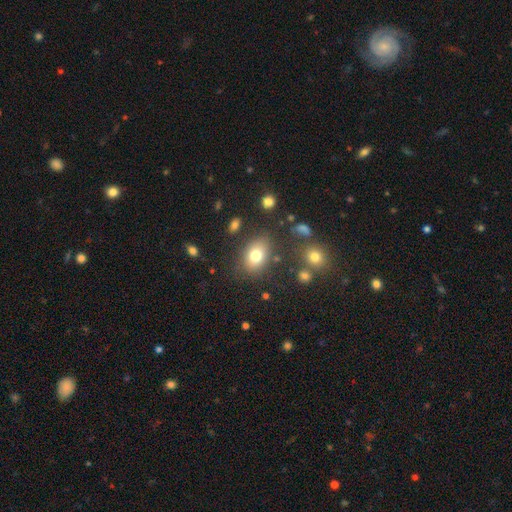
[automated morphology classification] smooth 77%, featured or disk 12%, star or artifact 10%. Down the decision tree: how rounded — in between (76%); merging — none (77%).